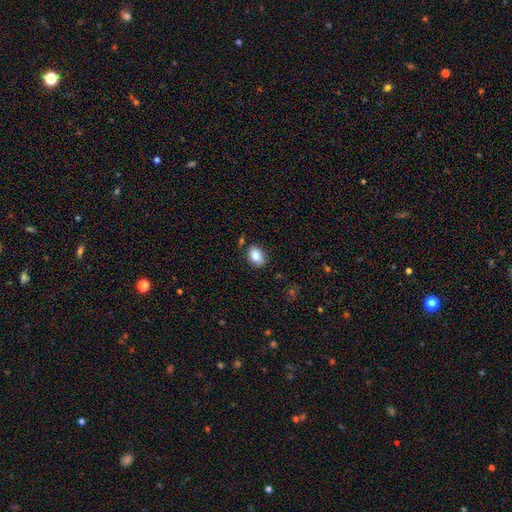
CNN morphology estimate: This is clearly a smooth galaxy (86%). How rounded: clearly in between (82%). Merging: likely none (80%).